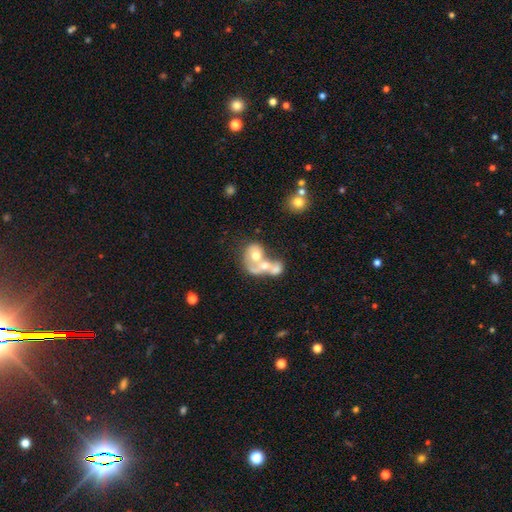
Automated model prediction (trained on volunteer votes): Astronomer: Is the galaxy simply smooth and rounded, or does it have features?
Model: featured or disk — 49% (runner-up: smooth, 40%).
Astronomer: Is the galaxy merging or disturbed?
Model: merger — 71%.